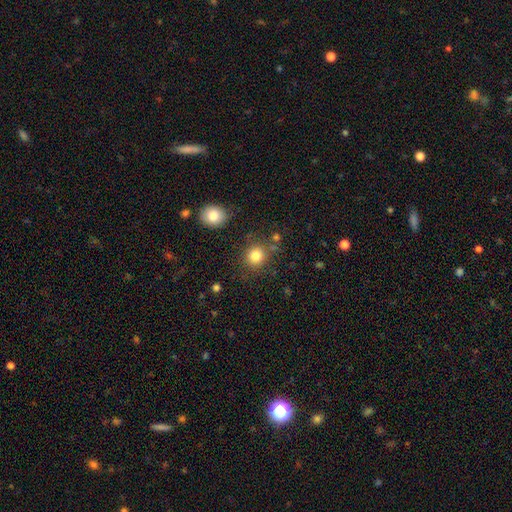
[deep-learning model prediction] Overall: smooth (83%). How rounded: round (88%). Merging: none (81%).